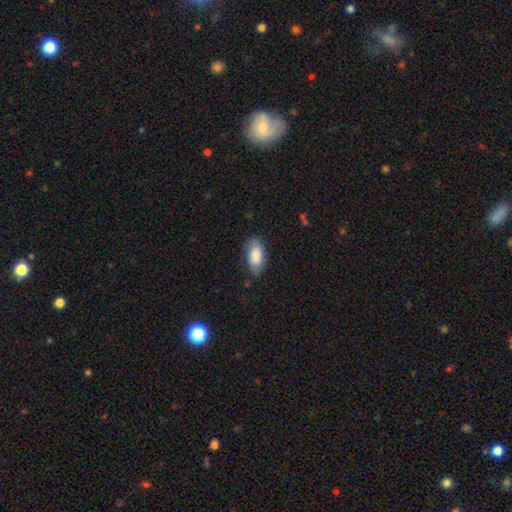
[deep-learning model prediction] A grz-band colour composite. It shows a smooth galaxy with no disk features (83%) that is in between round and cigar-shaped (91%). Merging: none (74%).